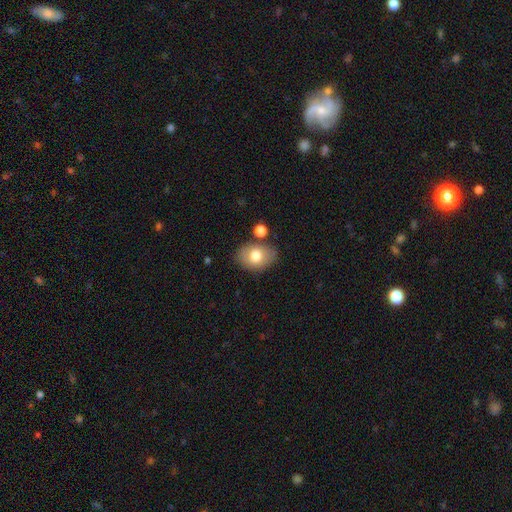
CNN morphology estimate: Smooth or featured? smooth (75%)
How rounded? in between (77%)
Merging? none (74%)